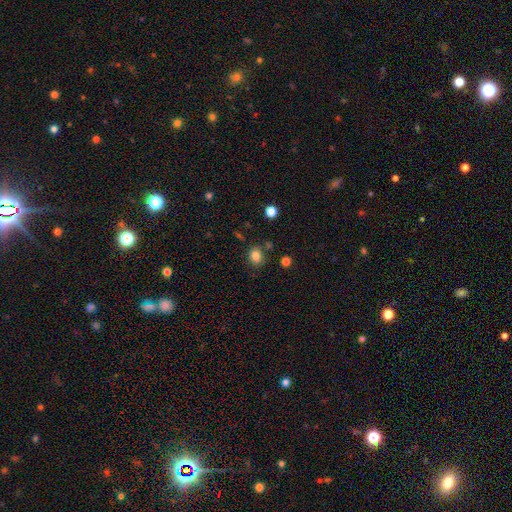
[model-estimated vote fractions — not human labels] A smooth galaxy with no disk features (82%) that is round (63%). Merging: none (79%).